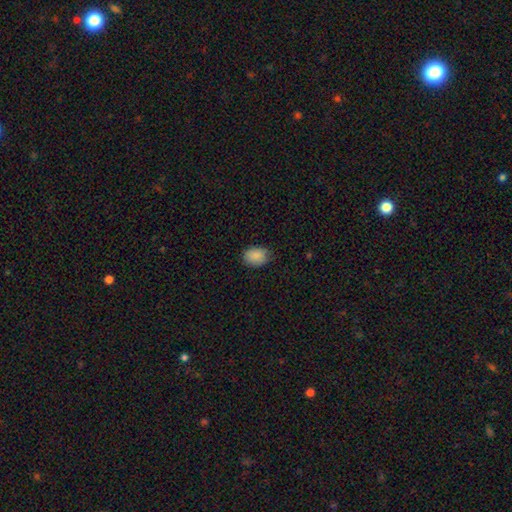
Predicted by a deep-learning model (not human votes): smooth-or-featured: smooth: 88% | star or artifact: 8% | featured or disk: 4%
  how-rounded: in between: 70% | round: 29% | cigar-shaped: 1%
  merging: none: 74% | minor disturbance: 22% | major disturbance: 4% | merger: 1%